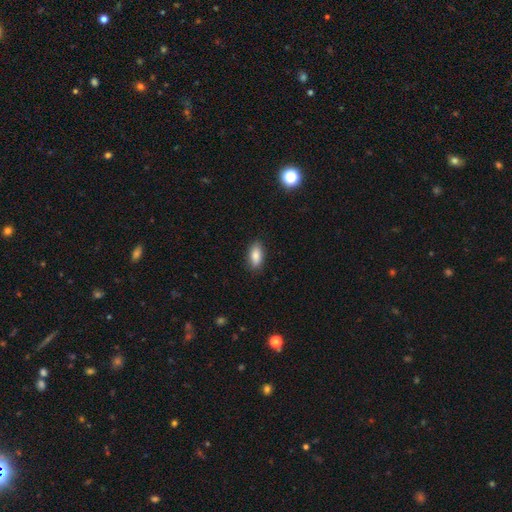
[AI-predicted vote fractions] This appears to be a smooth galaxy with no disk features (86%) that is in between round and cigar-shaped (89%). Merging: none (86%).